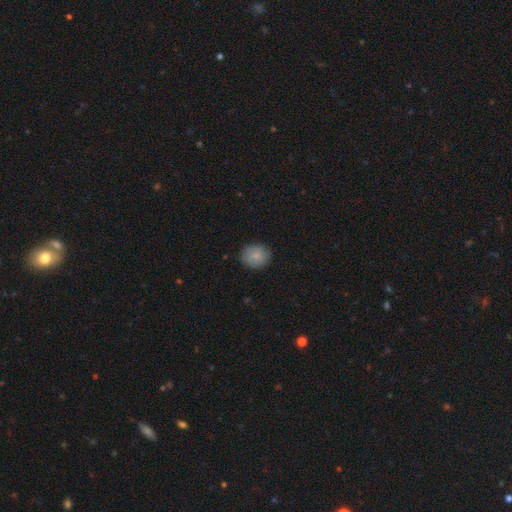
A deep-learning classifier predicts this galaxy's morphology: Smooth or featured? smooth (81%)
How rounded? round (76%)
Merging? none (83%)